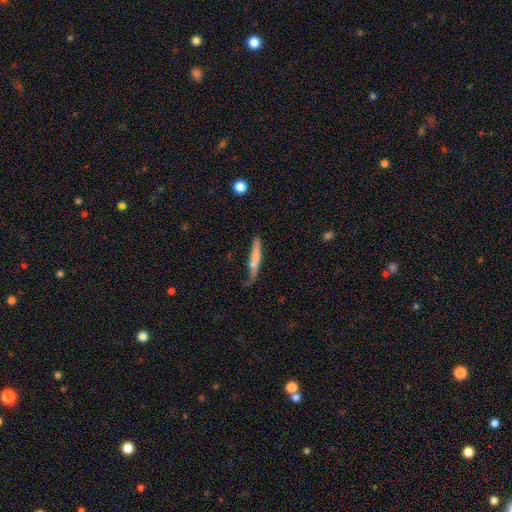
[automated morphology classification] type=smooth (54%); roundness=cigar-shaped (93%); merging=none (60%).